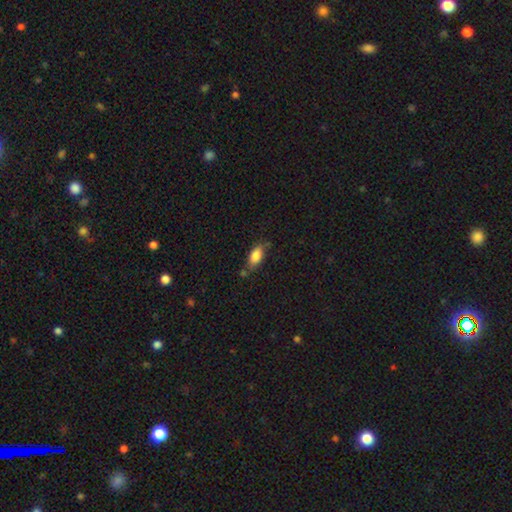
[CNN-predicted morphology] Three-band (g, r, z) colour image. It shows a smooth galaxy with no disk features (83%) that is in between round and cigar-shaped (87%). Merging: none (62%).